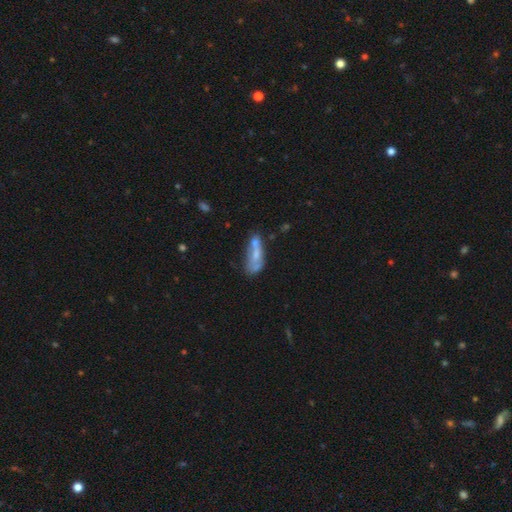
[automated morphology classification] Q: Smooth or featured?
A: smooth (49%); runner-up: featured or disk (40%)
Q: Merging?
A: merger (40%); runner-up: none (26%)